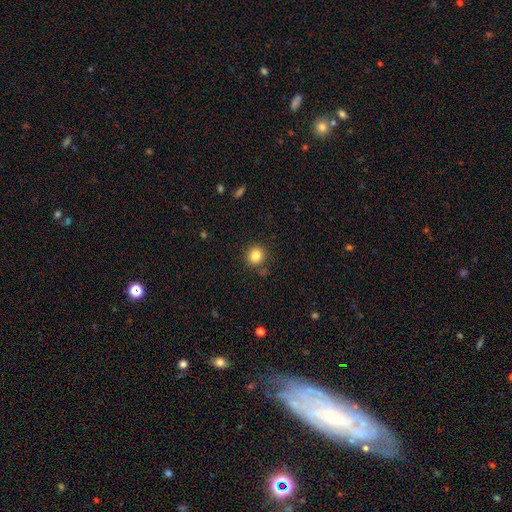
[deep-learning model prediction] The model was most divided on "smooth or featured": smooth: 83%, star or artifact: 12%, featured or disk: 5%. More confident: how rounded — round (92%); merging — none (86%).